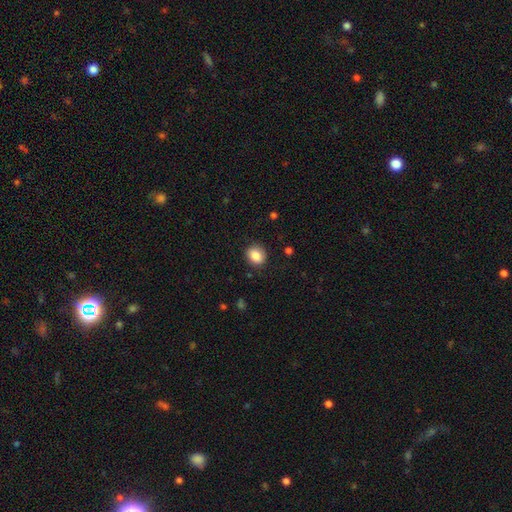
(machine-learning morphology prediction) Overall: smooth (87%). How rounded: round (61%; in between 38%). Merging: none (87%).